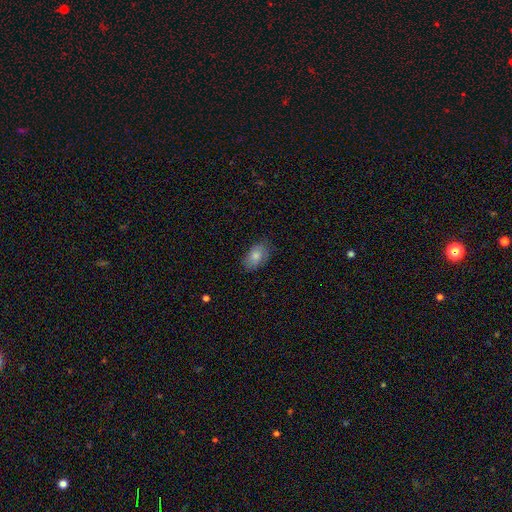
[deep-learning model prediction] Morphology: type=smooth (69%); roundness=in between (88%); merging=none (79%).